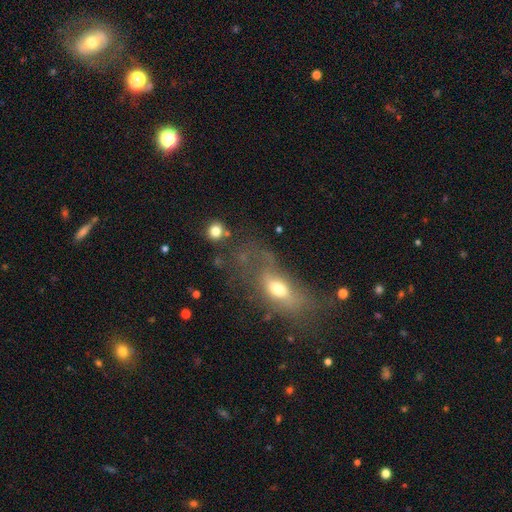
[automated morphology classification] Q: Smooth or featured?
A: smooth (41%); runner-up: featured or disk (34%)
Q: Merging?
A: none (50%); runner-up: minor disturbance (20%)